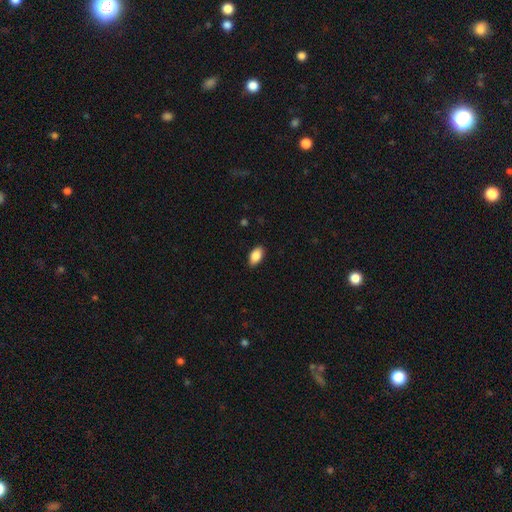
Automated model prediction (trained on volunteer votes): Smooth or featured: smooth — 88% (star or artifact — 7%)
How rounded: in between — 93% (round — 5%)
Merging: none — 87% (minor disturbance — 10%)